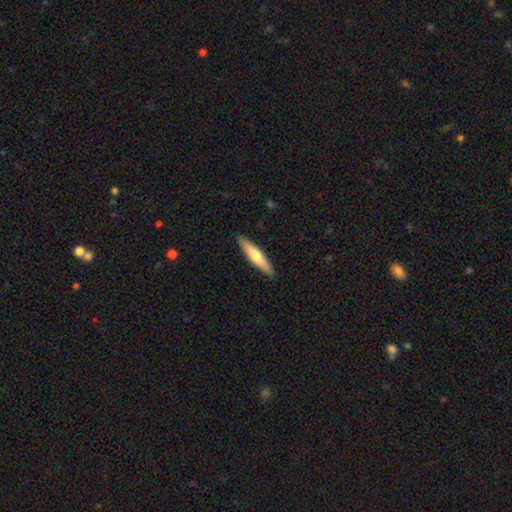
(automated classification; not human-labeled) A smooth galaxy with no disk features (61%) that is cigar-shaped (86%). Merging: none (90%).